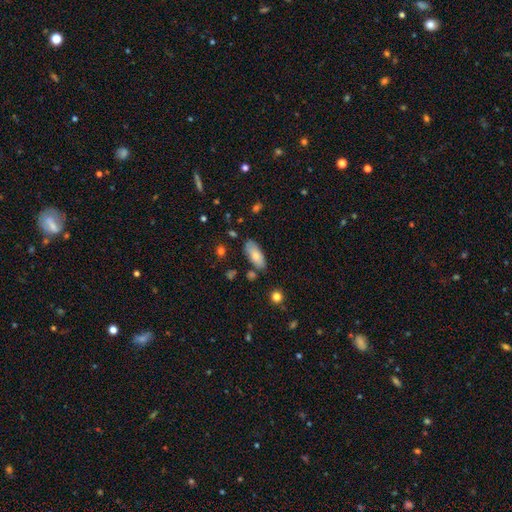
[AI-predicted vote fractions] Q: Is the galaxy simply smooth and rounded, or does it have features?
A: smooth — 77%.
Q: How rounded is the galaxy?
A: in between — 84%.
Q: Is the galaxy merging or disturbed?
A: none — 75%.